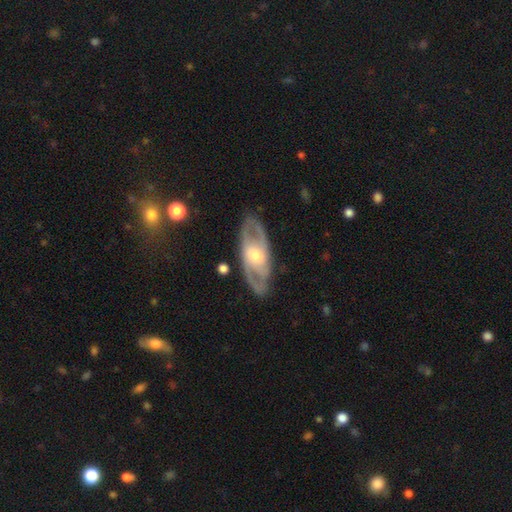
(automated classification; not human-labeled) Overall: featured or disk (77%). Edge-on disk: no (86%). Bar: no (51%; weak 36%). Spiral arms: yes (77%). Spiral arm count: 2 (71%). Spiral winding: medium (46%; tight 37%). Bulge size: moderate (66%). Merging: none (81%).